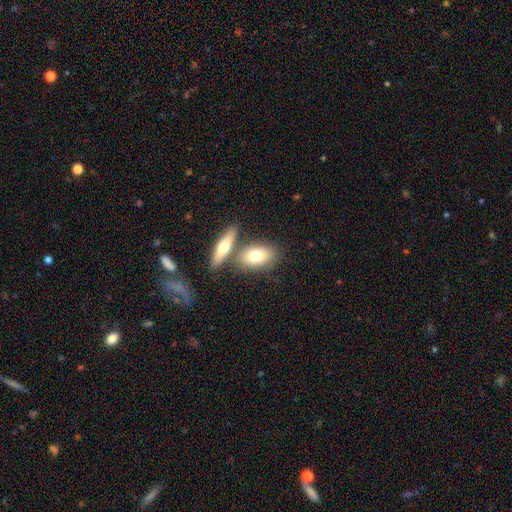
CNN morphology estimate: Q: Smooth or featured?
A: smooth (73%); runner-up: featured or disk (21%)
Q: How rounded?
A: in between (84%); runner-up: cigar-shaped (8%)
Q: Merging?
A: none (59%); runner-up: merger (28%)